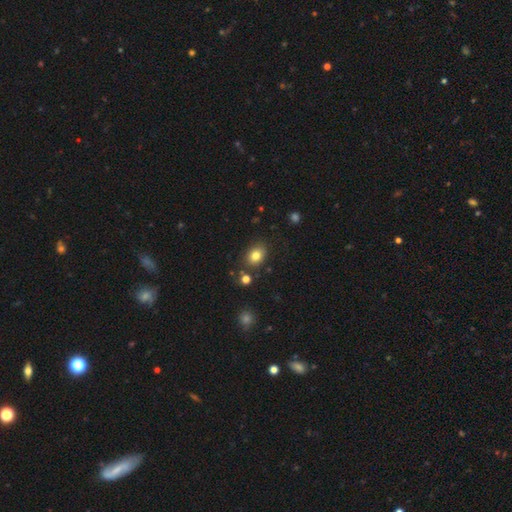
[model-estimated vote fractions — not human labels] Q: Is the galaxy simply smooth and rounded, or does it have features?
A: smooth — 81%.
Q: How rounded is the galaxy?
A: in between — 60%.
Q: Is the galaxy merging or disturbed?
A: none — 81%.